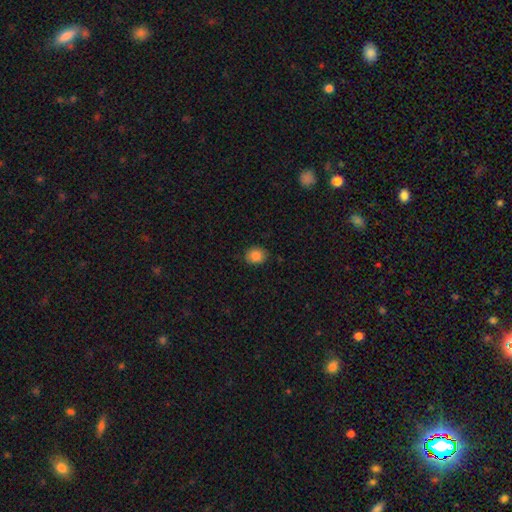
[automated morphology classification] smooth_or_featured: smooth (p=0.85) [alt: star or artifact p=0.10]
how_rounded: round (p=0.63) [alt: in between p=0.36]
merging: none (p=0.86) [alt: minor disturbance p=0.10]